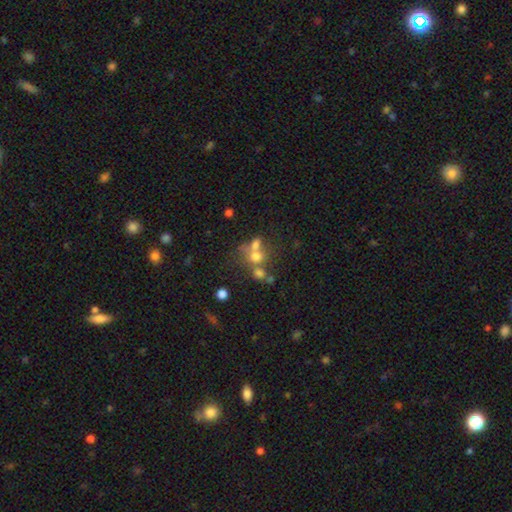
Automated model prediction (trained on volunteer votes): The model was most divided on "merging": merger: 51%, none: 34%, minor disturbance: 8%, major disturbance: 7%. More confident: how rounded — round (73%); smooth or featured — smooth (57%).